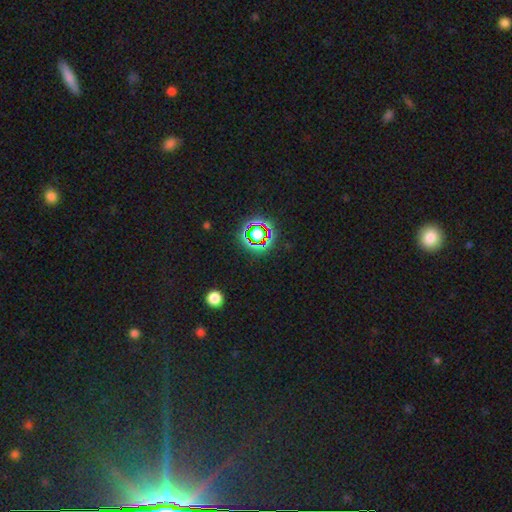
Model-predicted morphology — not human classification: Smooth or featured?
  - star or artifact: 76% *
  - smooth: 15%
  - featured or disk: 9%